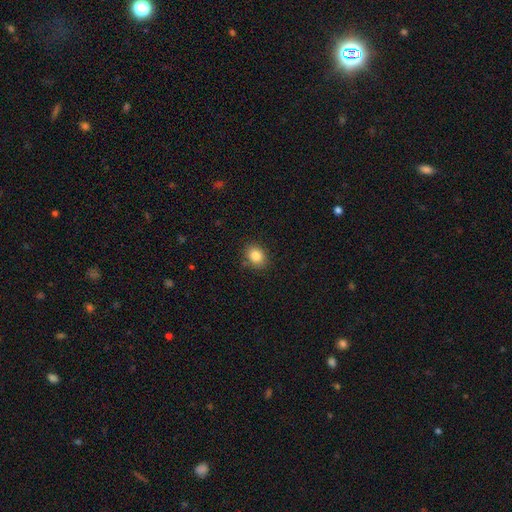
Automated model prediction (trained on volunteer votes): Morphology: type=smooth (85%); roundness=in between (51%); merging=none (86%).